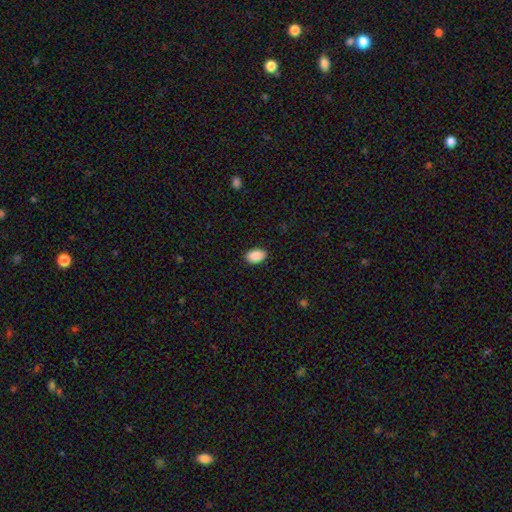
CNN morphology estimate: Smooth or featured: smooth — 90% (star or artifact — 7%)
How rounded: in between — 91% (round — 8%)
Merging: none — 88% (minor disturbance — 9%)